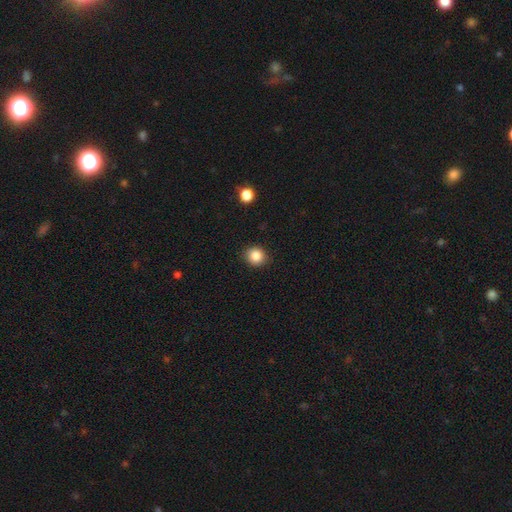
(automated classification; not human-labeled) smooth_or_featured: smooth (p=0.86) [alt: star or artifact p=0.10]
how_rounded: round (p=0.82) [alt: in between p=0.17]
merging: none (p=0.89) [alt: minor disturbance p=0.08]